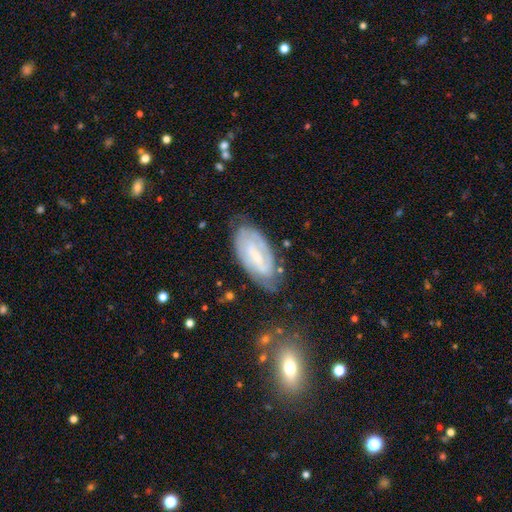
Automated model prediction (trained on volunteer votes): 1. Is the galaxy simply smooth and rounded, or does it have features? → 71% featured or disk, 22% smooth, 7% star or artifact.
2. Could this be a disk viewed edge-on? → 93% no, 7% yes.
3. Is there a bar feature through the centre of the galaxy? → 45% weak, 36% strong, 19% no.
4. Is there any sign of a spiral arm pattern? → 85% yes, 15% no.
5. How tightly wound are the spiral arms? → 56% tight, 33% medium, 11% loose.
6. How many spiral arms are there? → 55% 2, 30% can't tell, 6% 1, 5% 3, 2% 4, 2% more than 4.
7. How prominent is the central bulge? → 56% small, 23% moderate, 17% none, 3% large, 1% dominant.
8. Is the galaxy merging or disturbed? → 68% none, 22% minor disturbance, 8% major disturbance, 2% merger.